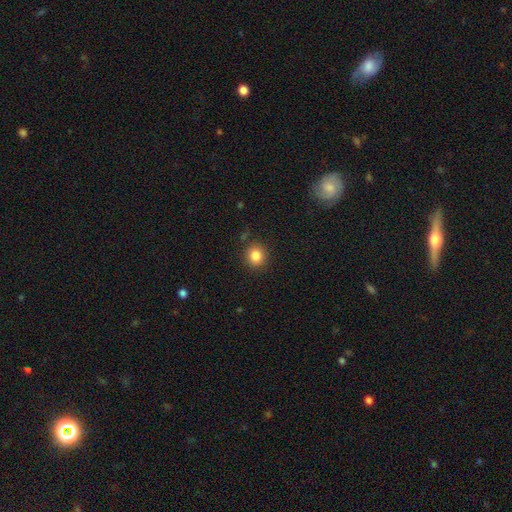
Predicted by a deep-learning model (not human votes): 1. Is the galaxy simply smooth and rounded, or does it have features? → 85% smooth, 11% star or artifact, 5% featured or disk.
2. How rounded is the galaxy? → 82% round, 17% in between, 1% cigar-shaped.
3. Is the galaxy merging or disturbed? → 87% none, 8% minor disturbance, 3% major disturbance, 2% merger.